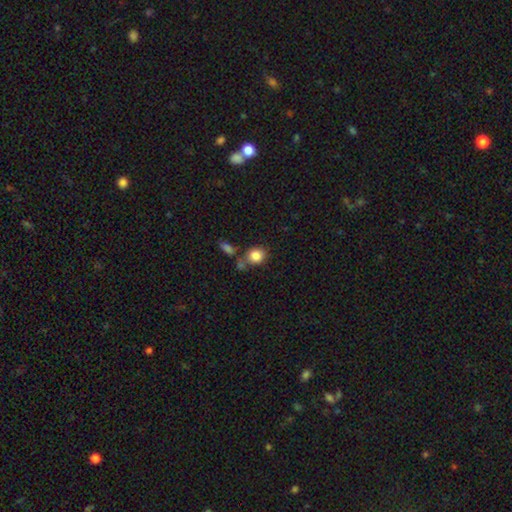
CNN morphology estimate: The model was most divided on "merging": none: 57%, merger: 24%, minor disturbance: 13%, major disturbance: 6%. More confident: smooth or featured — smooth (85%); how rounded — round (66%).